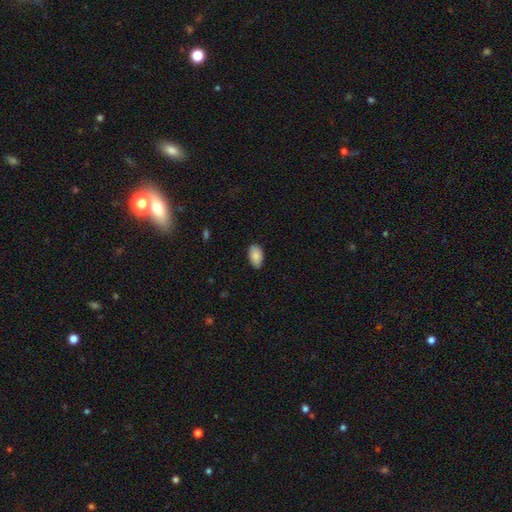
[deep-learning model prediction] Overall: smooth (88%). How rounded: in between (94%). Merging: none (84%).